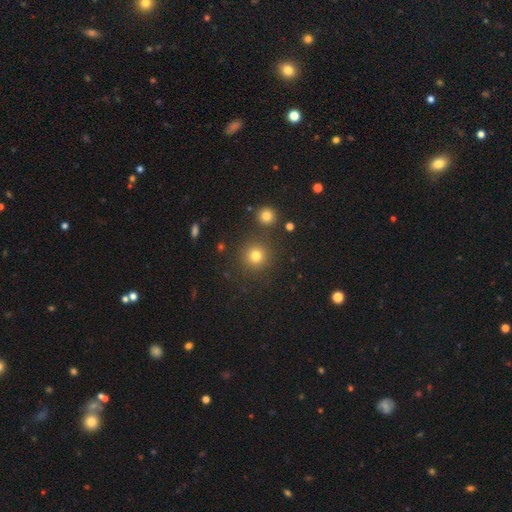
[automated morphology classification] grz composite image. It shows a smooth galaxy with no disk features (78%) that is round (94%). Merging: none (86%).